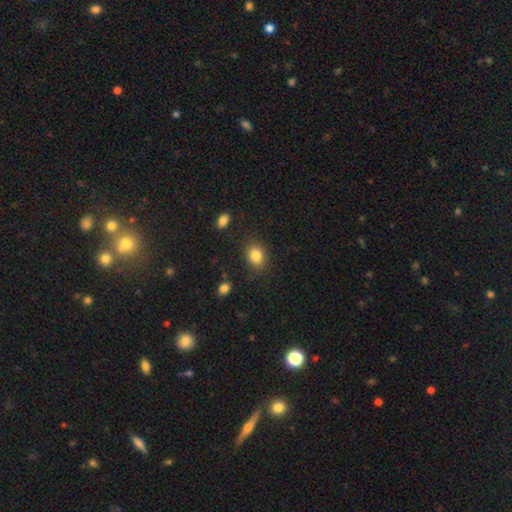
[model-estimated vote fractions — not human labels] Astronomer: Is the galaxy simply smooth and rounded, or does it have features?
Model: smooth — 84%.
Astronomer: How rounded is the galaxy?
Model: in between — 64%.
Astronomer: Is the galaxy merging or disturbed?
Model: none — 84%.